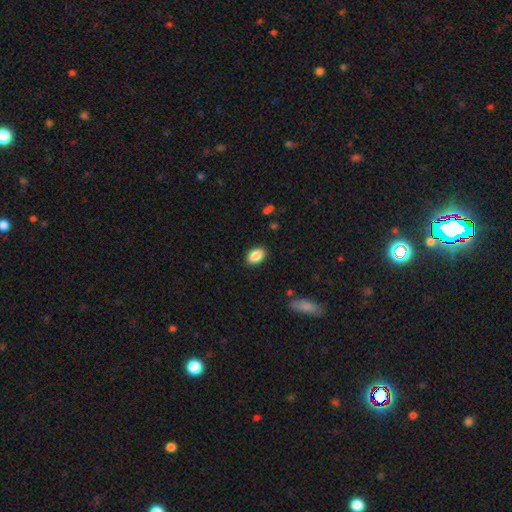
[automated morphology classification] A smooth galaxy with no disk features (88%) that is in between round and cigar-shaped (88%). Merging: none (87%).